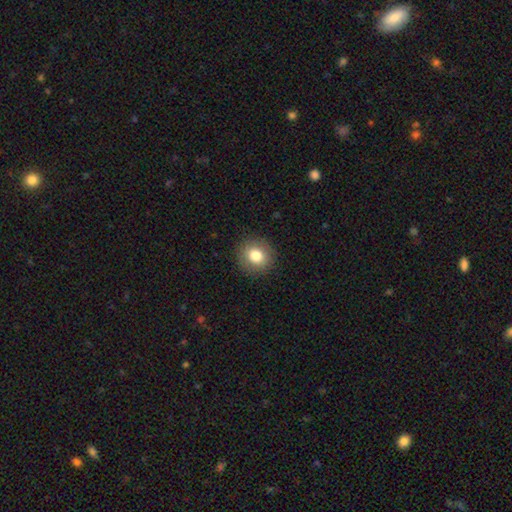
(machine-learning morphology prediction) smooth-or-featured: smooth: 81% | star or artifact: 10% | featured or disk: 10%
  how-rounded: round: 89% | in between: 10% | cigar-shaped: 1%
  merging: none: 90% | minor disturbance: 6% | major disturbance: 2% | merger: 1%